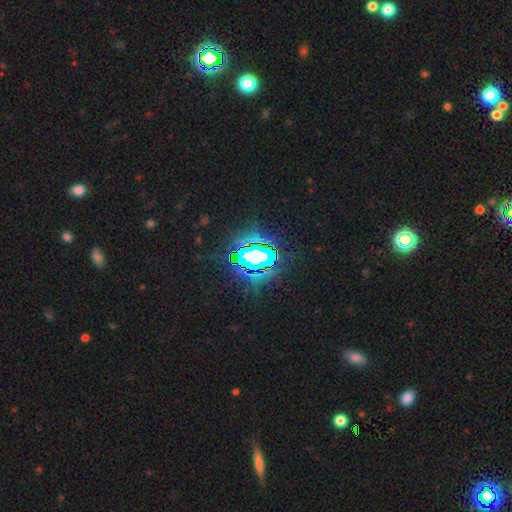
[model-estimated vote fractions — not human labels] A star or artifact, not a galaxy (67%).